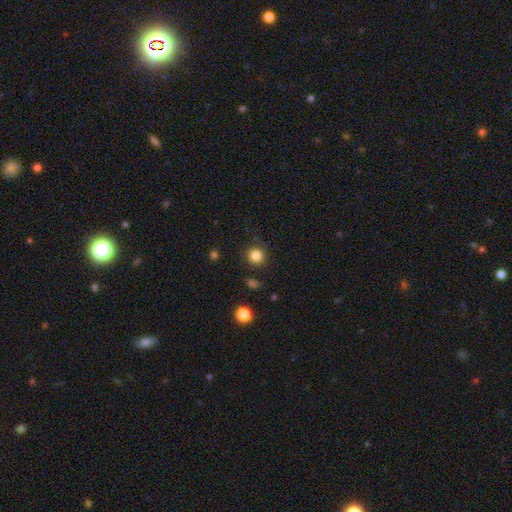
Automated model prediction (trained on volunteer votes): smooth 84%, star or artifact 12%, featured or disk 5%. Down the decision tree: how rounded — round (93%); merging — none (86%).